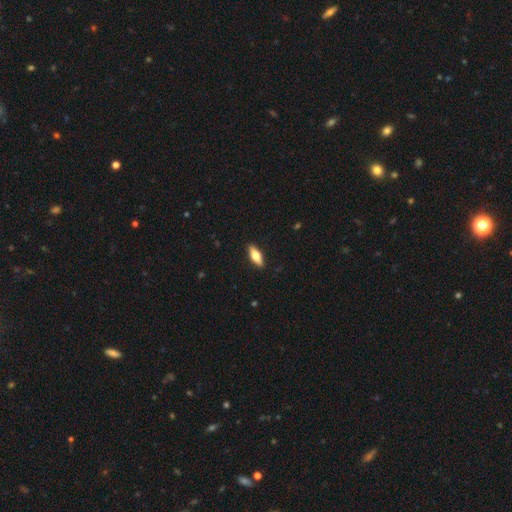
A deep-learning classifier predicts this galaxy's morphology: Smooth or featured: smooth — 57% (featured or disk — 37%)
How rounded: in between — 61% (cigar-shaped — 36%)
Merging: none — 90% (minor disturbance — 7%)